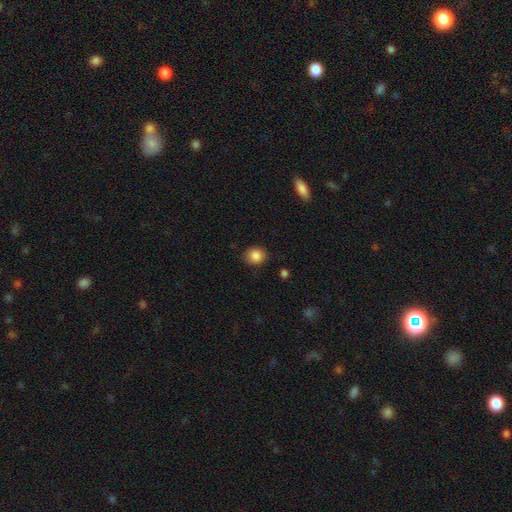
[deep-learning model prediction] This appears to be a smooth galaxy with no disk features (86%) that is round (79%). Merging: none (85%).